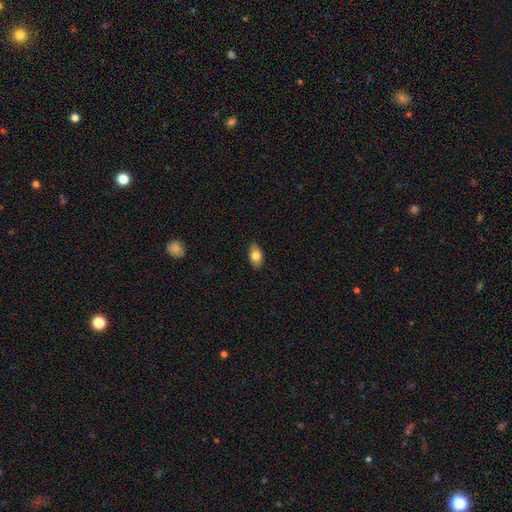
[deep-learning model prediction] Smooth or featured: smooth — 80% (featured or disk — 13%)
How rounded: in between — 92% (round — 6%)
Merging: none — 88% (minor disturbance — 10%)